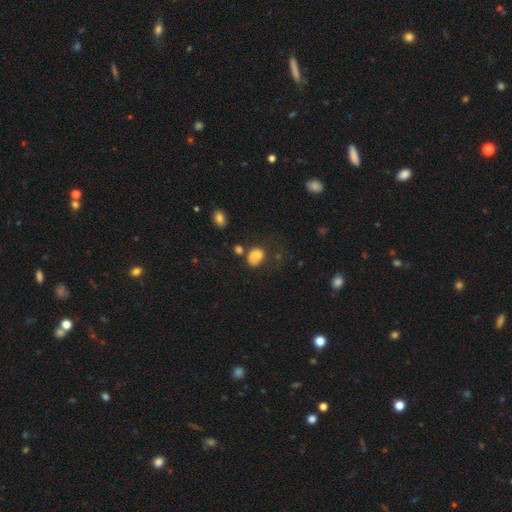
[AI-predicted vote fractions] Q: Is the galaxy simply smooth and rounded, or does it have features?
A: smooth — 75%.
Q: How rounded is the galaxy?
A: in between — 61%.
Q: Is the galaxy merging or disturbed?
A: none — 35%.